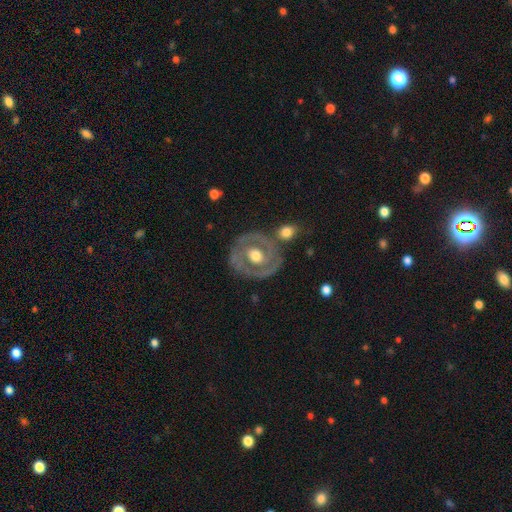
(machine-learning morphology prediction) This is likely a featured or disk galaxy (69%). It is clearly not viewed edge-on (96%). Bar: likely no (71%). Spiral arm pattern: possibly no (54%). Central bulge: likely moderate (64%). Merging: likely none (70%).